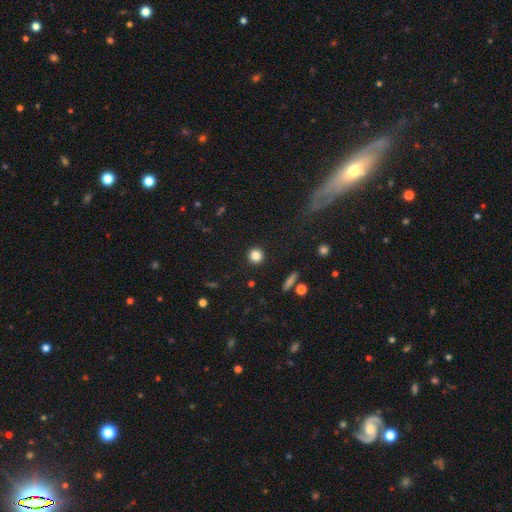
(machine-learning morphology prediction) type=smooth (84%); roundness=round (94%); merging=none (92%).